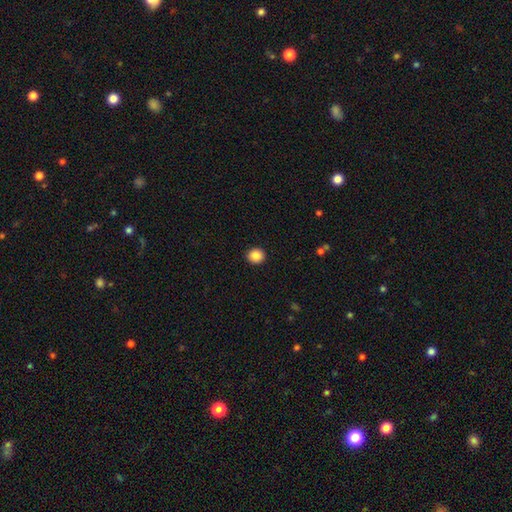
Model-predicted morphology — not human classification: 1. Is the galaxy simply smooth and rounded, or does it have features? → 87% smooth, 9% star or artifact, 3% featured or disk.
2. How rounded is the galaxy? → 88% round, 11% in between, 1% cigar-shaped.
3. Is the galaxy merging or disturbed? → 93% none, 5% minor disturbance, 2% major disturbance, 1% merger.